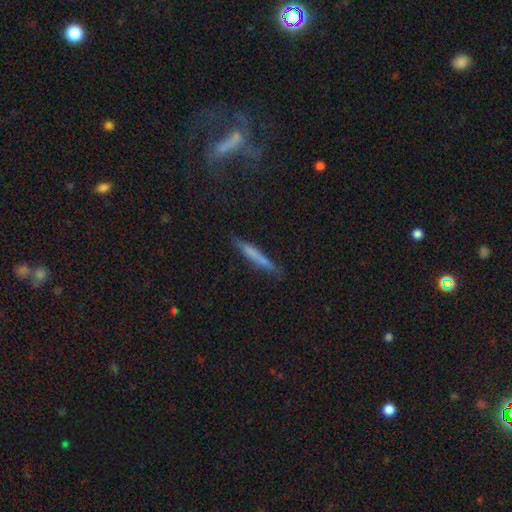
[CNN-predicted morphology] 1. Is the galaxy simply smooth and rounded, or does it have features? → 59% smooth, 33% featured or disk, 8% star or artifact.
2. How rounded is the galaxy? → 95% cigar-shaped, 3% in between, 2% round.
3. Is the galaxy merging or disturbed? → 83% none, 13% minor disturbance, 3% major disturbance, 2% merger.